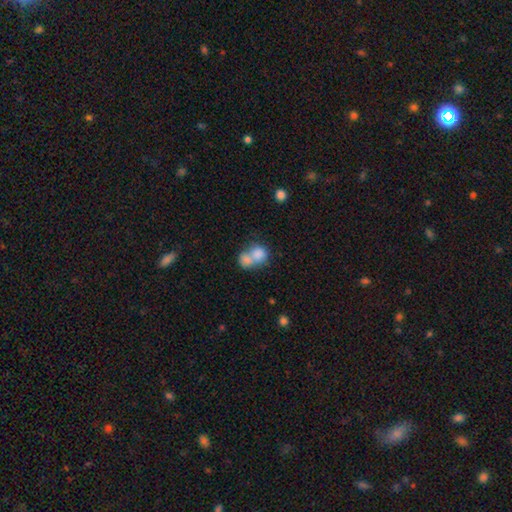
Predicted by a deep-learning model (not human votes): smooth_or_featured: smooth (p=0.78) [alt: featured or disk p=0.14]
how_rounded: round (p=0.57) [alt: in between p=0.42]
merging: merger (p=0.71) [alt: none p=0.19]